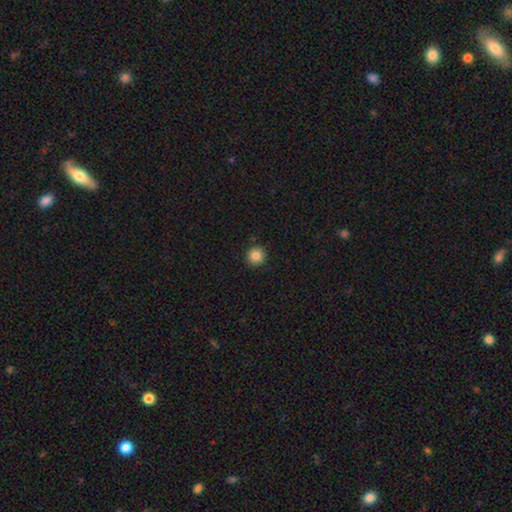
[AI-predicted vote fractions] Smooth or featured? Predicted: smooth (p=0.85). How rounded? Predicted: round (p=0.95). Merging? Predicted: none (p=0.92).